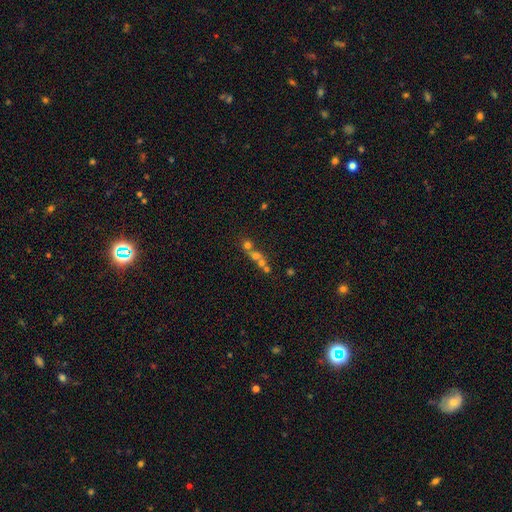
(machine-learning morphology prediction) Q: Smooth or featured?
A: smooth (49%); runner-up: featured or disk (28%)
Q: Merging?
A: merger (56%); runner-up: none (32%)